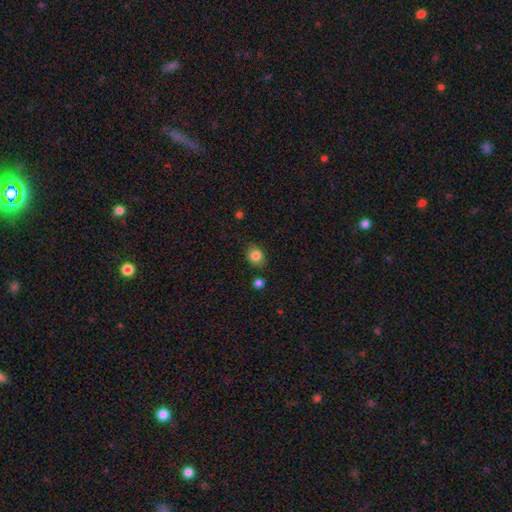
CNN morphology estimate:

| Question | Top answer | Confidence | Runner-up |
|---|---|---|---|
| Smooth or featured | smooth | 83% | star or artifact (10%) |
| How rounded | round | 62% | in between (37%) |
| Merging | none | 83% | minor disturbance (11%) |